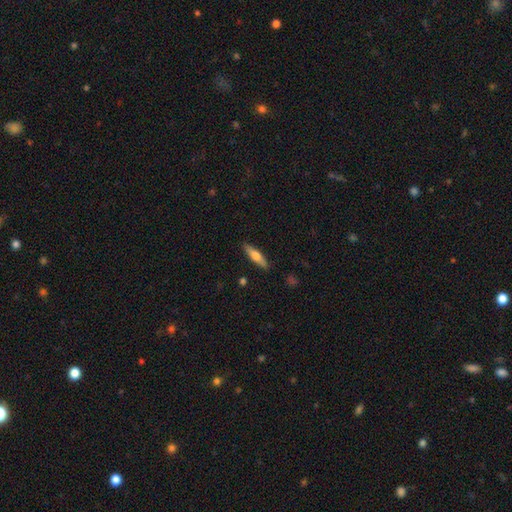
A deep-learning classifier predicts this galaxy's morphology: Smooth or featured? smooth (55%)
How rounded? cigar-shaped (74%)
Merging? none (89%)